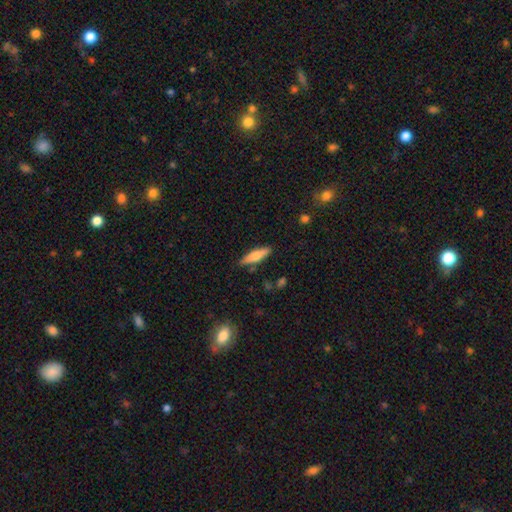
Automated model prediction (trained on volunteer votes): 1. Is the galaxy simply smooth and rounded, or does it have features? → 65% smooth, 29% featured or disk, 6% star or artifact.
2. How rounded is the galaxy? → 65% cigar-shaped, 33% in between, 2% round.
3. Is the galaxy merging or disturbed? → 84% none, 11% minor disturbance, 2% major disturbance, 2% merger.